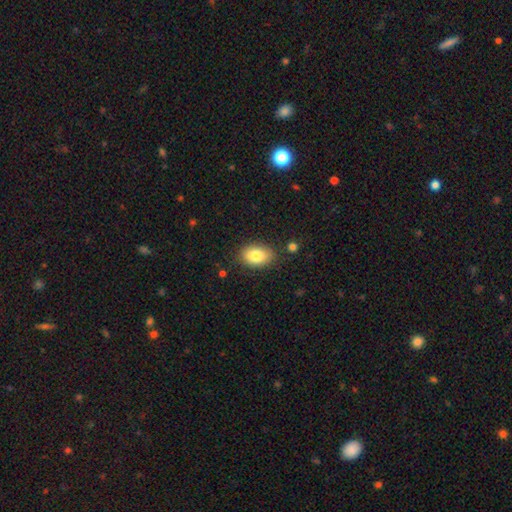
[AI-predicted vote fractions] Smooth or featured?
  - smooth: 84% *
  - featured or disk: 9%
  - star or artifact: 8%
How rounded?
  - in between: 87% *
  - round: 11%
  - cigar-shaped: 1%
Merging?
  - none: 82% *
  - minor disturbance: 12%
  - major disturbance: 3%
  - merger: 2%